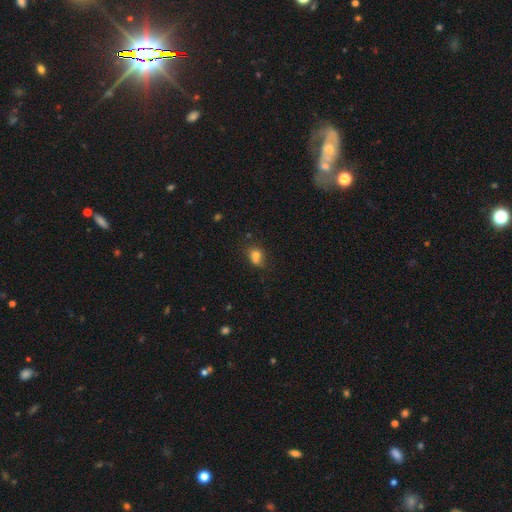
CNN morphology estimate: Smooth or featured?
  - smooth: 72% *
  - featured or disk: 14%
  - star or artifact: 14%
How rounded?
  - in between: 51% *
  - round: 47%
  - cigar-shaped: 2%
Merging?
  - none: 37% *
  - merger: 33%
  - minor disturbance: 20%
  - major disturbance: 9%